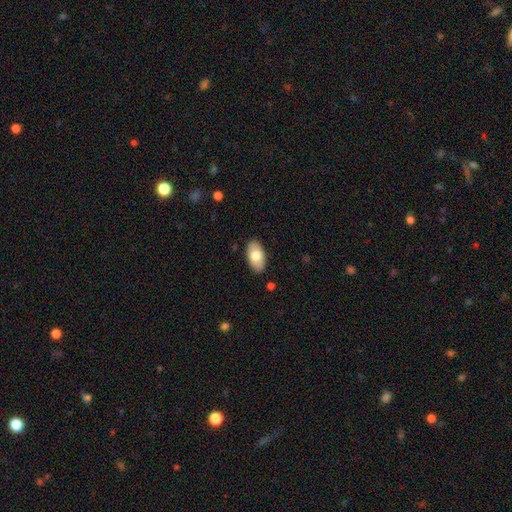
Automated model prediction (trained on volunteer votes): smooth-or-featured: smooth: 75% | featured or disk: 19% | star or artifact: 6%
  how-rounded: in between: 95% | round: 3% | cigar-shaped: 2%
  merging: none: 88% | minor disturbance: 9% | major disturbance: 2% | merger: 1%